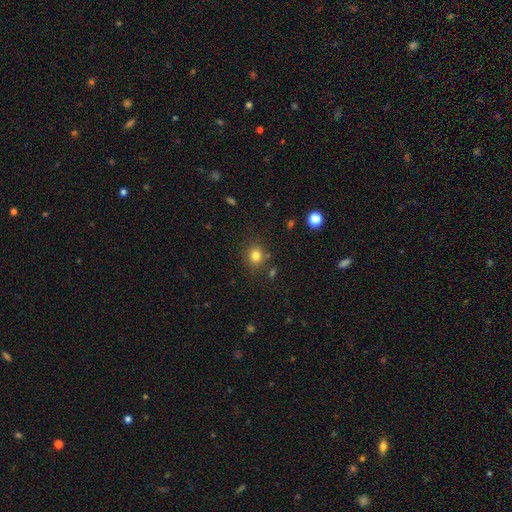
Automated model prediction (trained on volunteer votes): smooth-or-featured: smooth: 80% | star or artifact: 13% | featured or disk: 6%
  how-rounded: round: 83% | in between: 16% | cigar-shaped: 1%
  merging: none: 83% | minor disturbance: 9% | merger: 5% | major disturbance: 3%